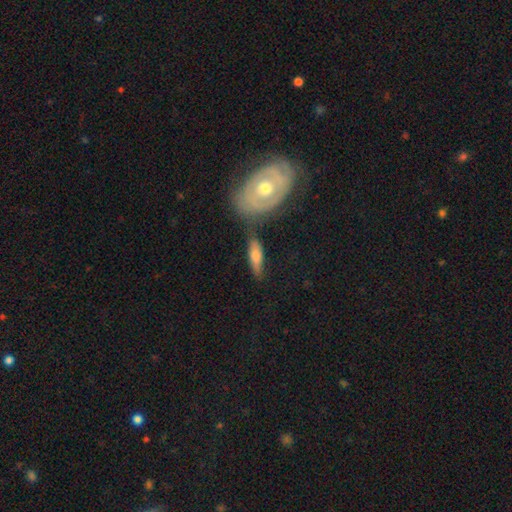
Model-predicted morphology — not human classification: Smooth or featured? Predicted: smooth (p=0.65). How rounded? Predicted: in between (p=0.48, tied with cigar-shaped). Merging? Predicted: none (p=0.57).